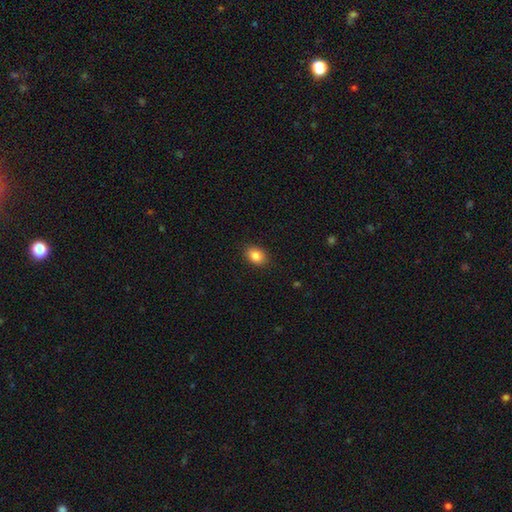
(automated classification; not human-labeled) This appears to be a smooth galaxy with no disk features (86%) that is in between round and cigar-shaped (70%). Merging: none (89%).